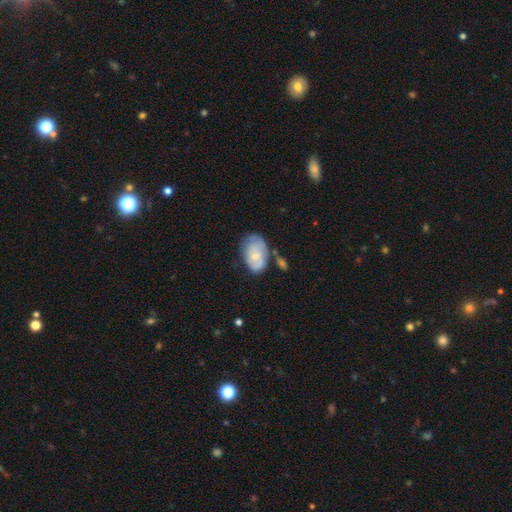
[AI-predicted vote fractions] smooth 57%, featured or disk 37%, star or artifact 6%. Down the decision tree: how rounded — in between (88%); merging — none (47%).